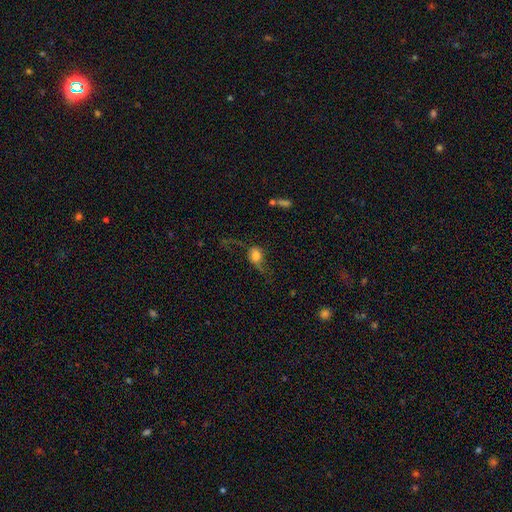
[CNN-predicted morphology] The model was most divided on "merging": none: 38%, major disturbance: 36%, minor disturbance: 22%, merger: 4%. Remaining: smooth or featured — smooth (57%); how rounded — in between (49%).